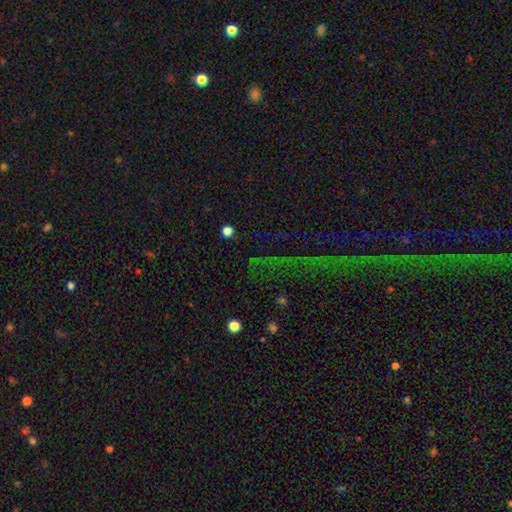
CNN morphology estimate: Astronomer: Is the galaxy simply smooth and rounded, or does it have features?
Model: star or artifact — 72%.